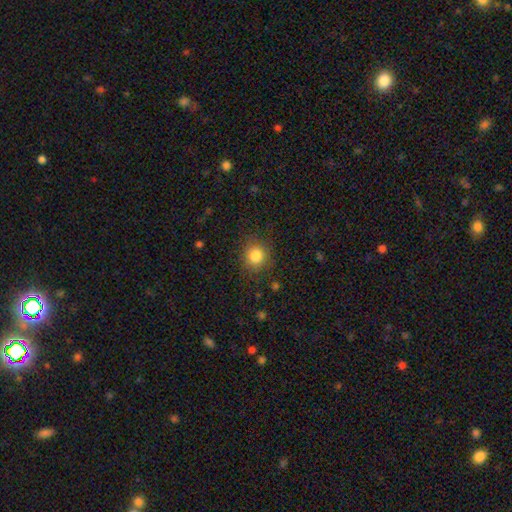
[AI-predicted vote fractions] smooth_or_featured: smooth (p=0.83) [alt: star or artifact p=0.11]
how_rounded: round (p=0.83) [alt: in between p=0.16]
merging: none (p=0.85) [alt: minor disturbance p=0.10]